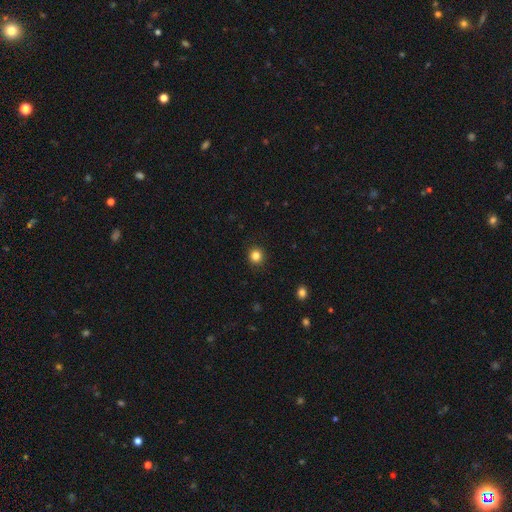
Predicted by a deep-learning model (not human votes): A smooth galaxy with no disk features (84%) that is round (92%). Merging: none (91%).